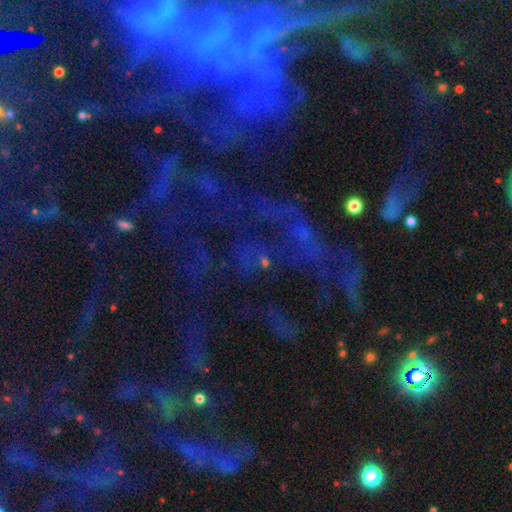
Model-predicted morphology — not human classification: type=star or artifact (62%).